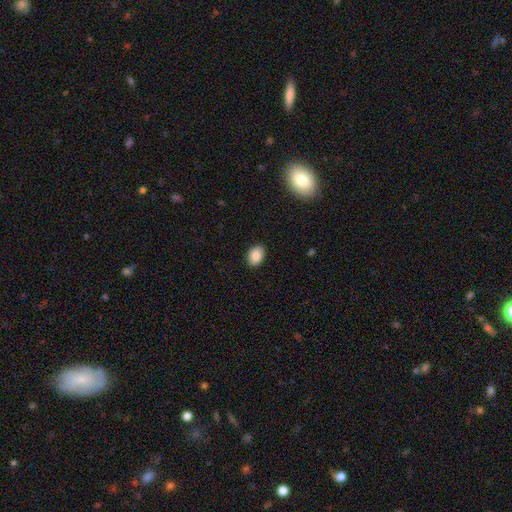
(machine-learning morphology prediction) Smooth or featured: smooth — 87% (star or artifact — 8%)
How rounded: in between — 77% (round — 22%)
Merging: none — 89% (minor disturbance — 8%)